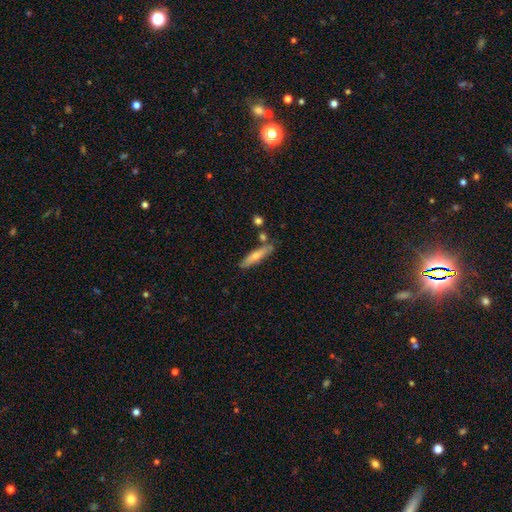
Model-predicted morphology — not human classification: Smooth or featured? smooth (48%)
Merging? none (79%)